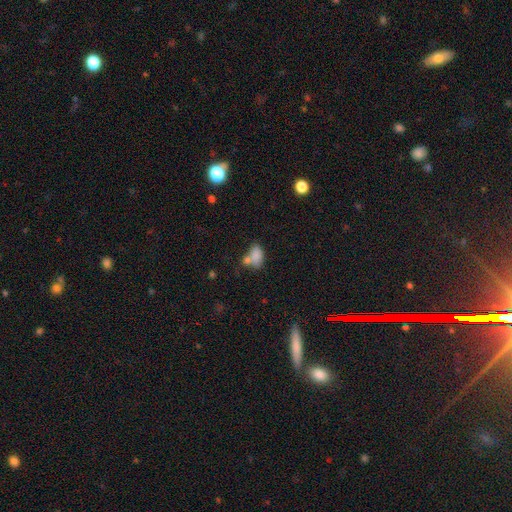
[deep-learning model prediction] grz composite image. It shows a smooth galaxy with no disk features (79%) that is in between round and cigar-shaped (86%). Merging: merger (42%).